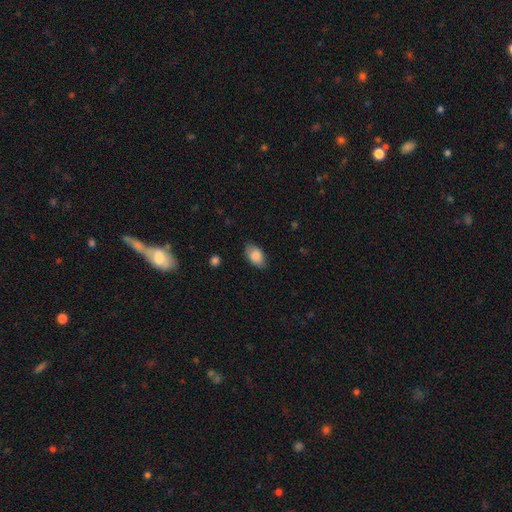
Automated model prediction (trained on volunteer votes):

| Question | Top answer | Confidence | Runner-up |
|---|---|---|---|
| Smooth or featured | smooth | 86% | featured or disk (7%) |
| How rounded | in between | 91% | round (7%) |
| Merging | none | 80% | minor disturbance (15%) |